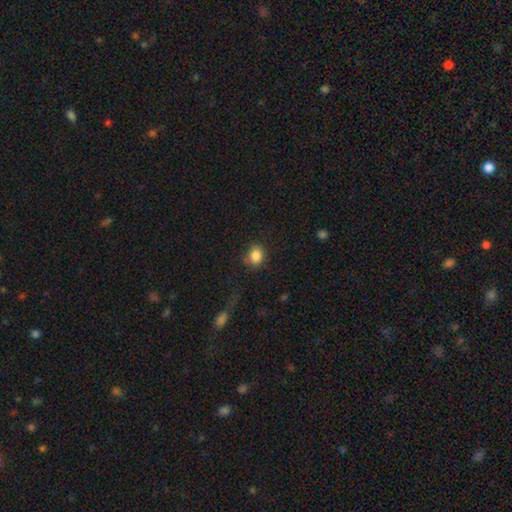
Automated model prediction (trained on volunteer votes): Smooth or featured? Predicted: smooth (p=0.85). How rounded? Predicted: round (p=0.63). Merging? Predicted: none (p=0.74).